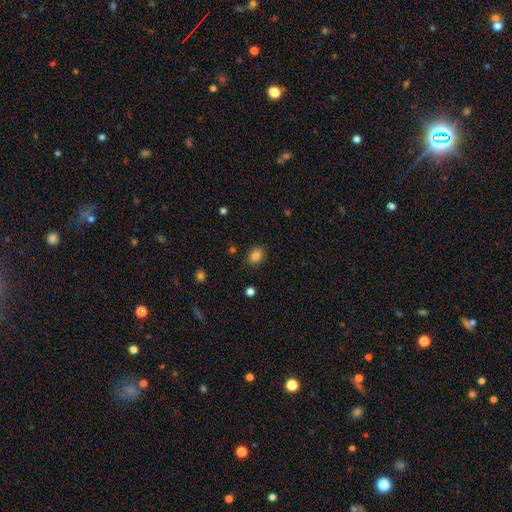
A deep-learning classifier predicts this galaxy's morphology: smooth-or-featured: smooth: 84% | star or artifact: 11% | featured or disk: 5%
  how-rounded: in between: 58% | round: 41% | cigar-shaped: 1%
  merging: none: 85% | minor disturbance: 11% | major disturbance: 3% | merger: 1%